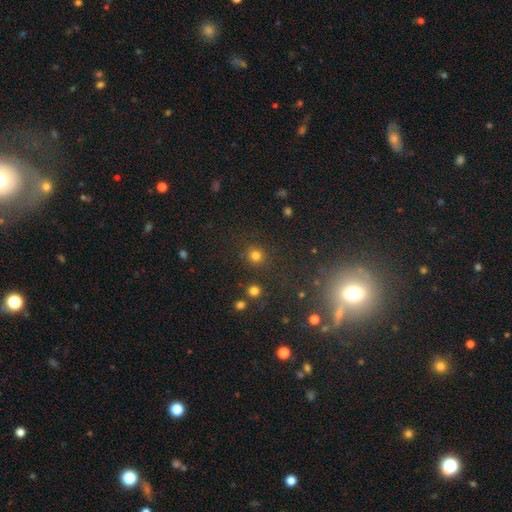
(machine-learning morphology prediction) Smooth or featured: smooth — 78% (star or artifact — 17%)
How rounded: round — 87% (in between — 12%)
Merging: none — 84% (minor disturbance — 8%)